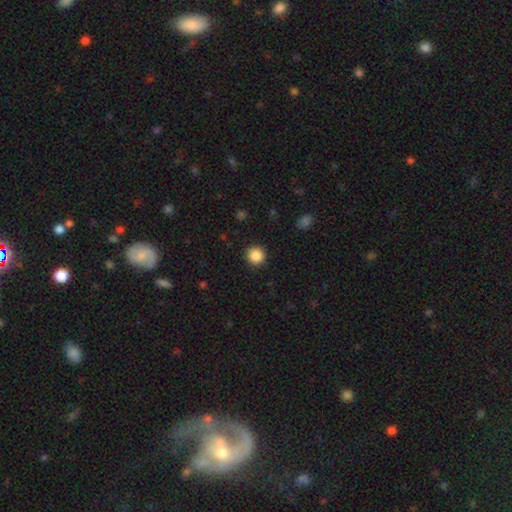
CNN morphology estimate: A smooth galaxy with no disk features (87%) that is round (95%). Merging: none (92%).